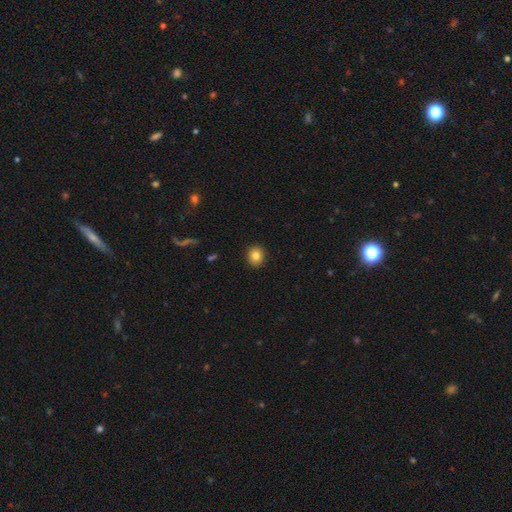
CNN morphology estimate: The model was most divided on "how rounded": round: 82%, in between: 17%, cigar-shaped: 1%. More confident: merging — none (92%); smooth or featured — smooth (82%).